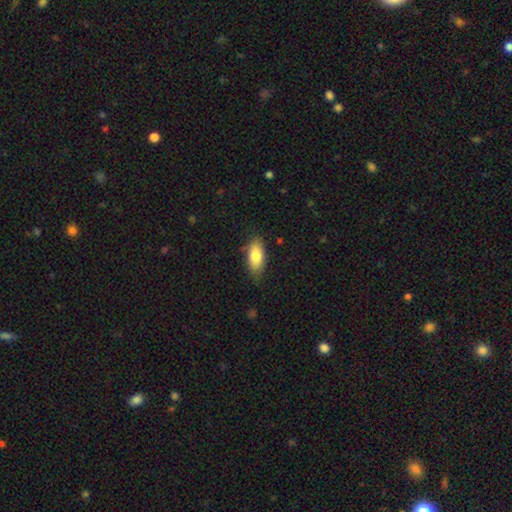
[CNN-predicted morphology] Smooth or featured? Predicted: smooth (p=0.81). How rounded? Predicted: in between (p=0.85). Merging? Predicted: none (p=0.77).